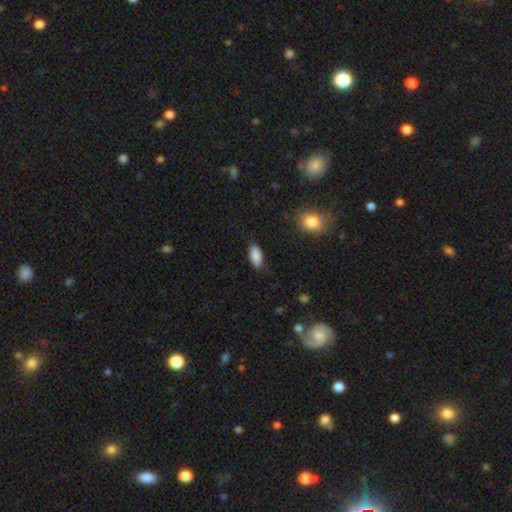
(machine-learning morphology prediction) A smooth galaxy with no disk features (87%) that is in between round and cigar-shaped (87%). Merging: none (80%).